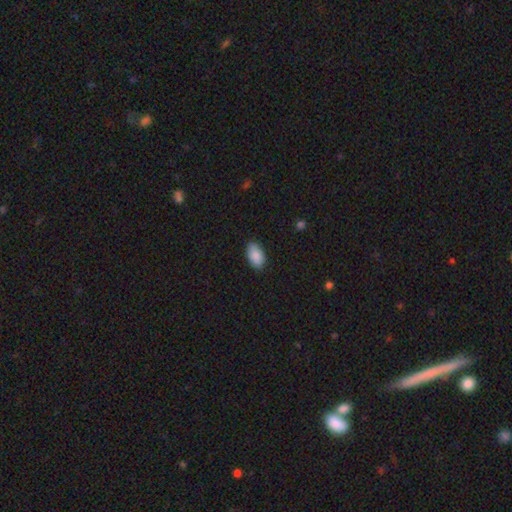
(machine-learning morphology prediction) A smooth galaxy with no disk features (89%) that is in between round and cigar-shaped (94%).

Vote fractions:
- Smooth or featured? smooth: 89% / star or artifact: 7% / featured or disk: 4%
- How rounded? in between: 94% / round: 4% / cigar-shaped: 2%
- Merging? none: 86% / minor disturbance: 11% / major disturbance: 2% / merger: 1%